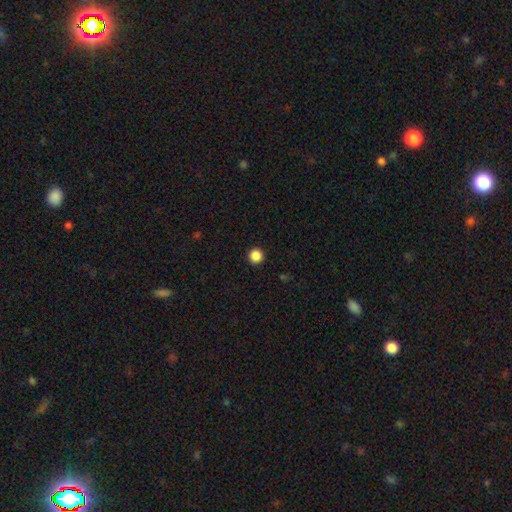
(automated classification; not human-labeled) Overall: smooth (87%). How rounded: round (96%). Merging: none (94%).